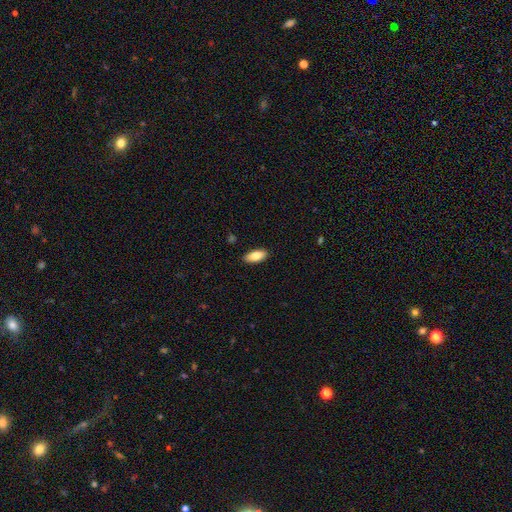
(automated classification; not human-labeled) A smooth galaxy with no disk features (81%) that is in between round and cigar-shaped (87%).

Vote fractions:
- Smooth or featured? smooth: 81% / featured or disk: 12% / star or artifact: 6%
- How rounded? in between: 87% / cigar-shaped: 11% / round: 2%
- Merging? none: 89% / minor disturbance: 8% / major disturbance: 2% / merger: 1%